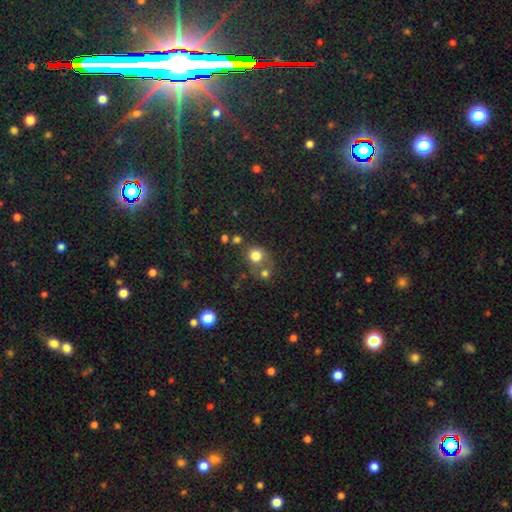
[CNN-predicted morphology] type=smooth (77%); roundness=round (82%); merging=none (48%).